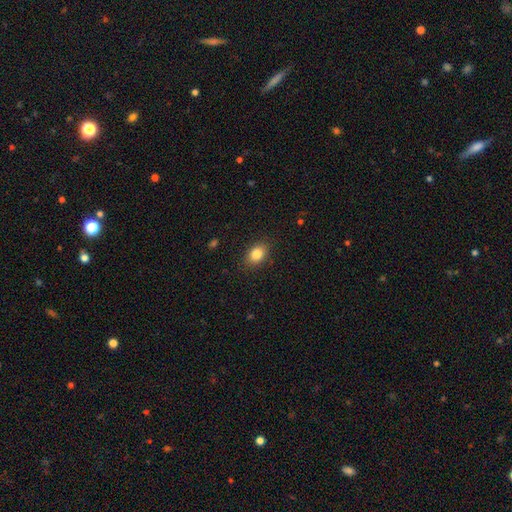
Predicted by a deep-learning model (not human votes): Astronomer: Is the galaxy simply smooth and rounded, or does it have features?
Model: smooth — 85%.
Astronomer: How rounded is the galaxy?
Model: in between — 77%.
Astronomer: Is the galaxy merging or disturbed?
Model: none — 87%.